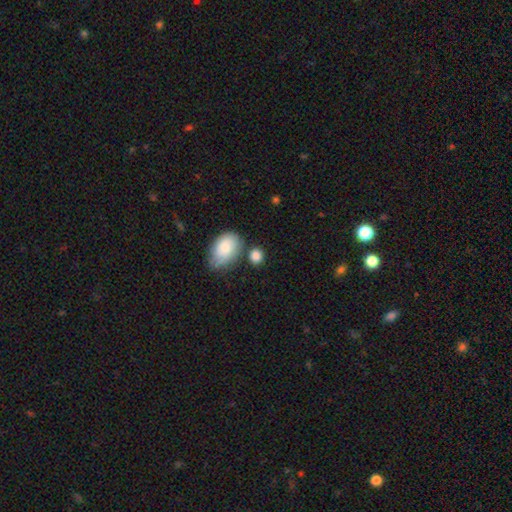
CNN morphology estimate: Smooth or featured? smooth (84%)
How rounded? round (62%)
Merging? none (66%)